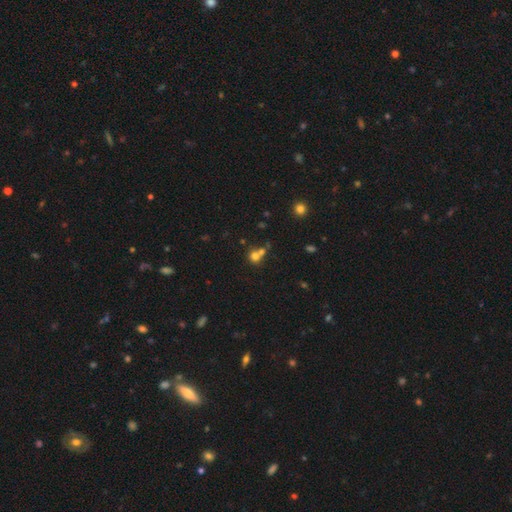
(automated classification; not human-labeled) Smooth or featured: smooth — 70% (star or artifact — 18%)
How rounded: round — 84% (in between — 15%)
Merging: merger — 45% (none — 44%)